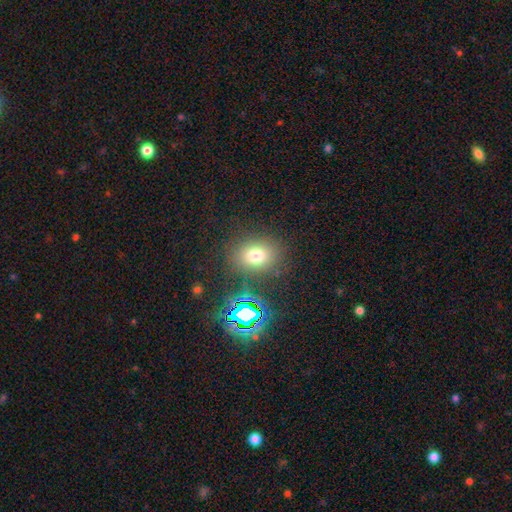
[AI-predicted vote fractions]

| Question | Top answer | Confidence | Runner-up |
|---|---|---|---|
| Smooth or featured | smooth | 70% | star or artifact (20%) |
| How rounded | round | 52% | in between (47%) |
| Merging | none | 82% | minor disturbance (10%) |